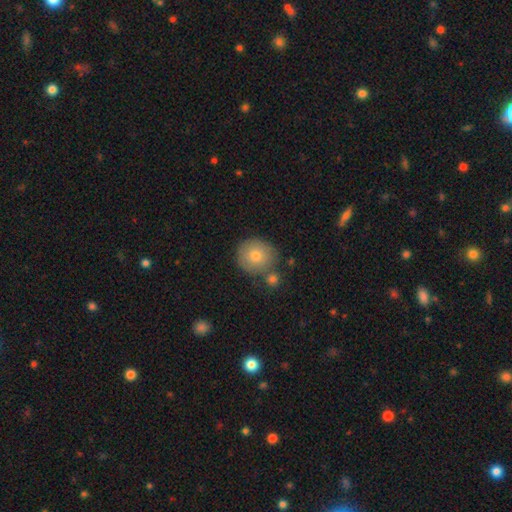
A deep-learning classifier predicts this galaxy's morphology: A smooth galaxy with no disk features (77%) that is round (91%).

Vote fractions:
- Smooth or featured? smooth: 77% / featured or disk: 14% / star or artifact: 9%
- How rounded? round: 91% / in between: 8% / cigar-shaped: 1%
- Merging? none: 73% / merger: 12% / minor disturbance: 12% / major disturbance: 3%